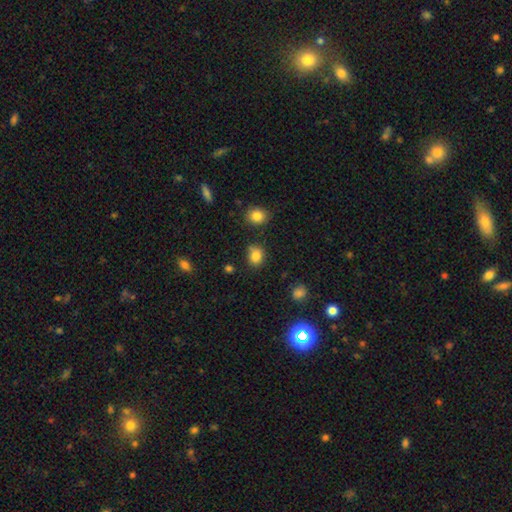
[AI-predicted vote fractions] The model was most divided on "how rounded": round: 63%, in between: 36%, cigar-shaped: 1%. More confident: smooth or featured — smooth (83%); merging — none (74%).